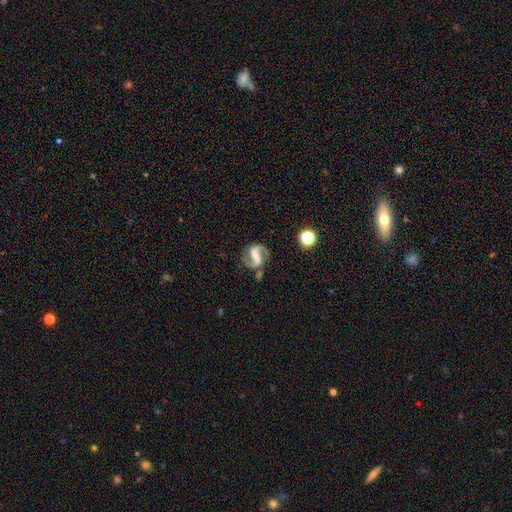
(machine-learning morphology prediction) A featured or disk galaxy (89%) with a strong bar (45%), 2 (93%) medium (53%) spiral arms (97%) and a small central bulge (45%). Merging: none (74%).